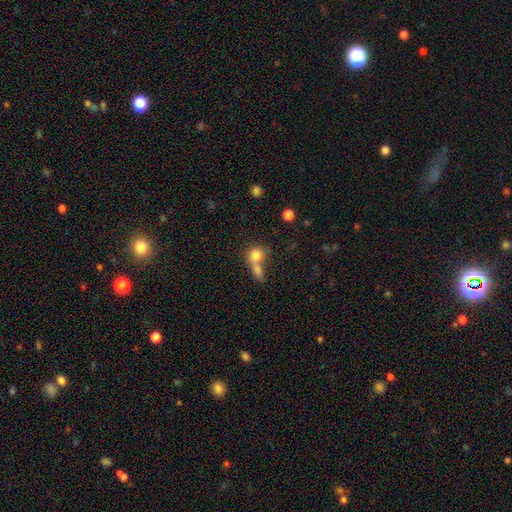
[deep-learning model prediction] smooth 77%, featured or disk 12%, star or artifact 10%. Down the decision tree: how rounded — round (71%); merging — merger (58%).